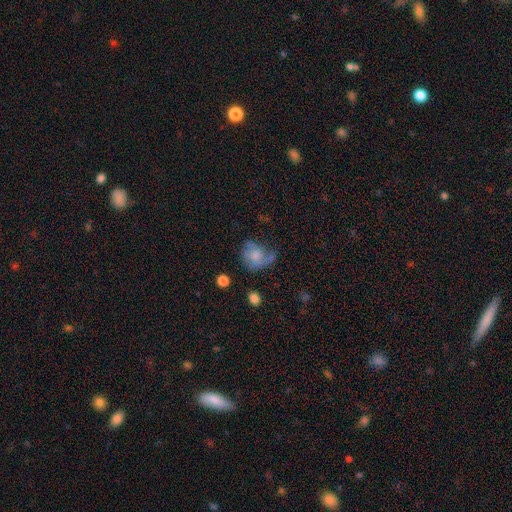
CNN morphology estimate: Overall: smooth (52%; featured or disk 39%). How rounded: round (61%; in between 38%). Merging: none (38%; major disturbance 28%).